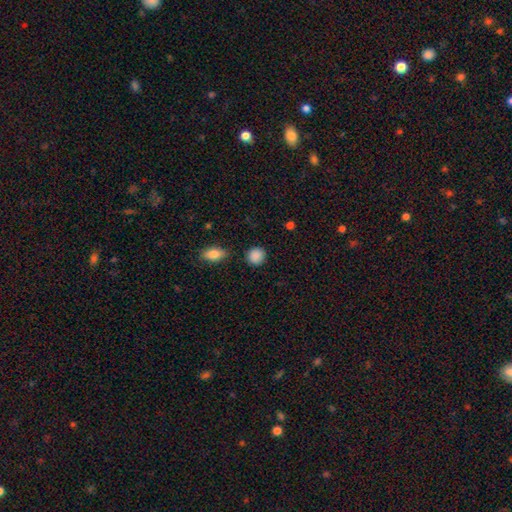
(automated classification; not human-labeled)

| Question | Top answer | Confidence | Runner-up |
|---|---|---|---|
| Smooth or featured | smooth | 88% | star or artifact (9%) |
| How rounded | round | 87% | in between (12%) |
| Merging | none | 86% | minor disturbance (9%) |